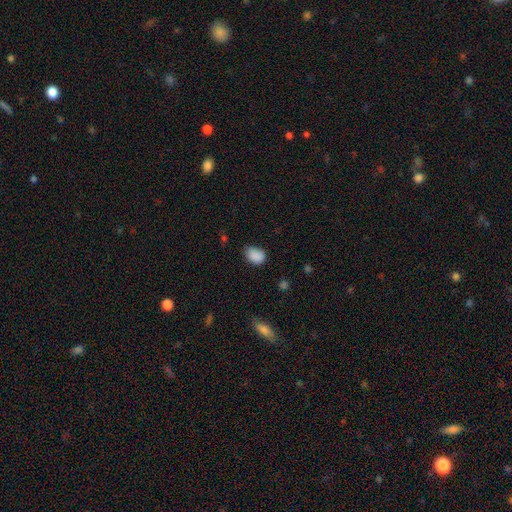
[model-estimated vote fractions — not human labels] The model was most divided on "merging": none: 68%, minor disturbance: 26%, major disturbance: 5%, merger: 2%. More confident: smooth or featured — smooth (88%); how rounded — in between (72%).